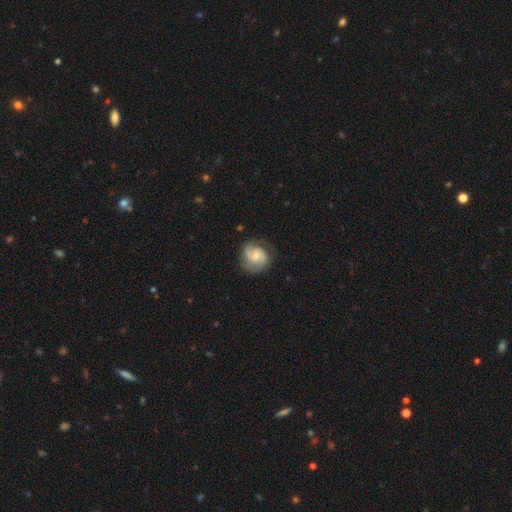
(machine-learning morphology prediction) smooth_or_featured: featured or disk (p=0.72) [alt: smooth p=0.22]
disk_edge_on: no (p=0.98) [alt: yes p=0.02]
bar: no (p=0.51) [alt: weak p=0.42]
has_spiral_arms: yes (p=0.94) [alt: no p=0.06]
spiral_winding: medium (p=0.44) [alt: tight p=0.40]
spiral_arm_count: 2 (p=0.80) [alt: can't tell p=0.09]
bulge_size: small (p=0.45) [alt: moderate p=0.41]
merging: none (p=0.76) [alt: minor disturbance p=0.17]